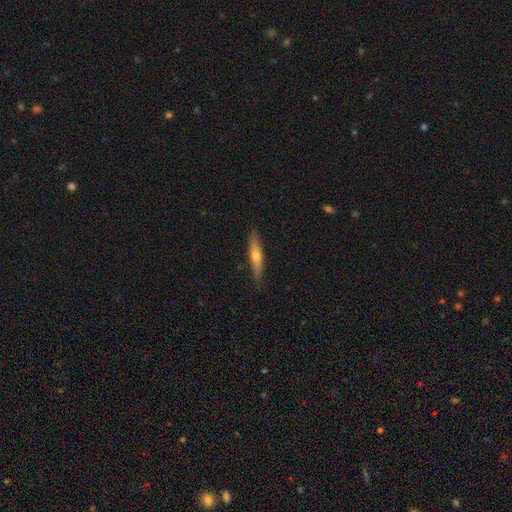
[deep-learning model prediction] The model was most divided on "smooth or featured": smooth: 48%, featured or disk: 46%, star or artifact: 6%. More confident: merging — none (88%).